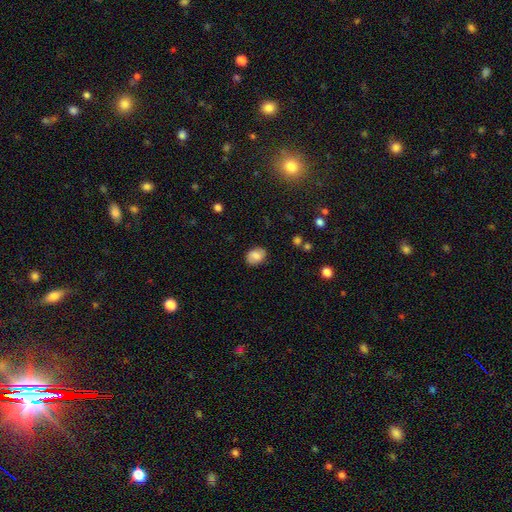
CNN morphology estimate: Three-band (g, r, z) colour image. It shows a smooth galaxy with no disk features (69%) that is in between round and cigar-shaped (63%). Merging: none (81%).